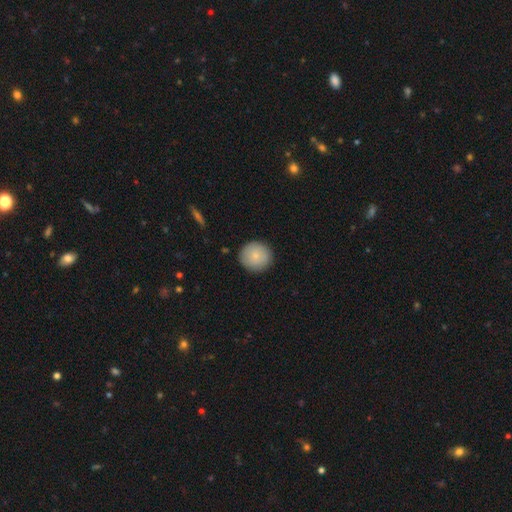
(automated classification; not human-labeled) The model was most divided on "smooth or featured": smooth: 84%, featured or disk: 9%, star or artifact: 6%. More confident: how rounded — round (90%); merging — none (89%).